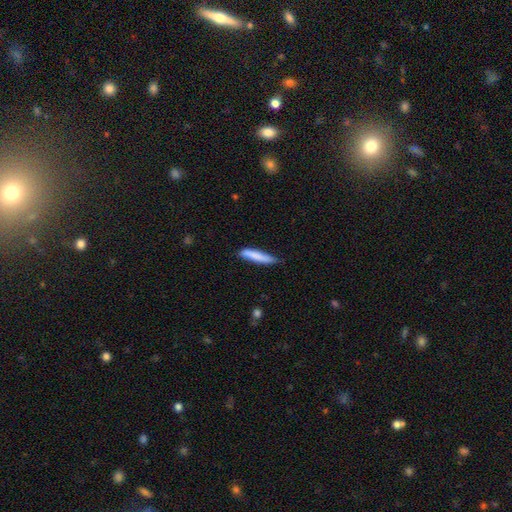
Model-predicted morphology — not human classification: smooth-or-featured: smooth: 81% | featured or disk: 14% | star or artifact: 5%
  how-rounded: cigar-shaped: 88% | in between: 11% | round: 1%
  merging: none: 69% | minor disturbance: 26% | major disturbance: 4% | merger: 2%